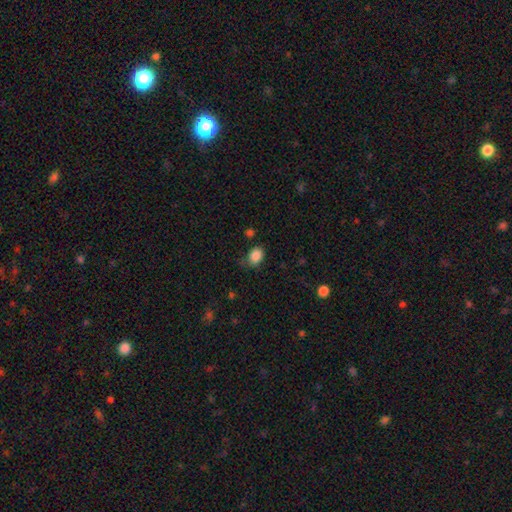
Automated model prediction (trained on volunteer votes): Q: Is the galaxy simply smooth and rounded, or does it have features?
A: smooth — 87%.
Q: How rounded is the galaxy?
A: in between — 57%.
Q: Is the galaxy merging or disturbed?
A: none — 69%.